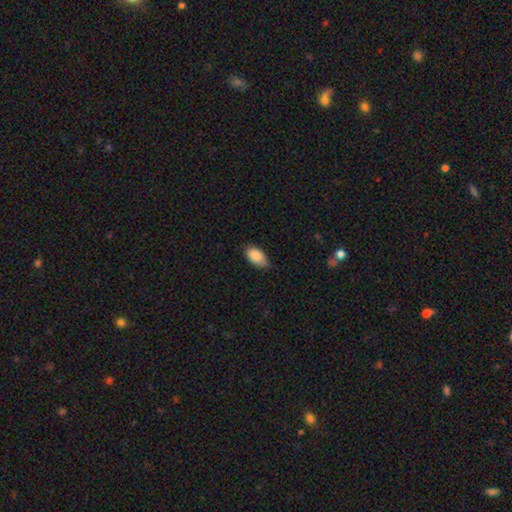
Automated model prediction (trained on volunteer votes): A smooth galaxy with no disk features (88%) that is in between round and cigar-shaped (93%). Merging: none (65%).